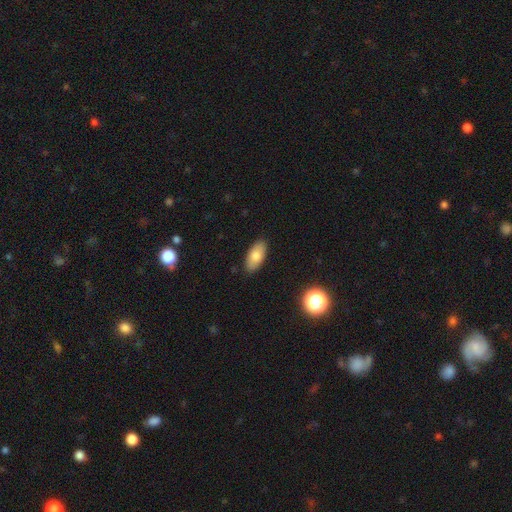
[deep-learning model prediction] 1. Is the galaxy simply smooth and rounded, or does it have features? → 79% smooth, 13% featured or disk, 7% star or artifact.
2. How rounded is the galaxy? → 90% in between, 6% cigar-shaped, 3% round.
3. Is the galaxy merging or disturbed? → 88% none, 9% minor disturbance, 2% major disturbance, 1% merger.